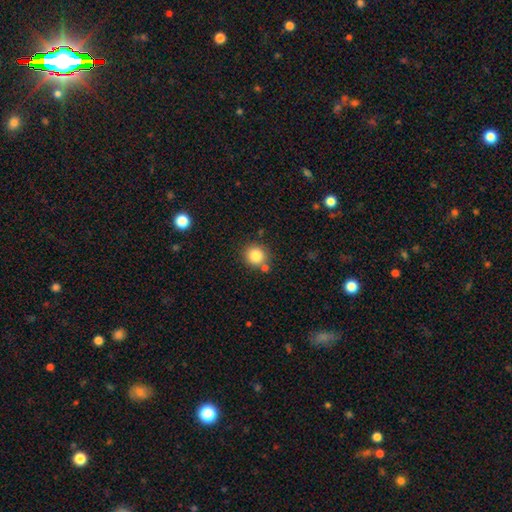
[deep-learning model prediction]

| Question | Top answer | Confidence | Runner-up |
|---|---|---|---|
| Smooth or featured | smooth | 84% | star or artifact (10%) |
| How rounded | round | 90% | in between (9%) |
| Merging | none | 77% | merger (11%) |